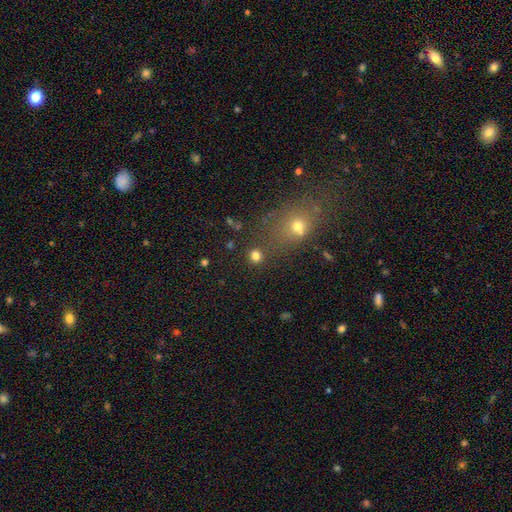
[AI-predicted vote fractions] A smooth galaxy with no disk features (78%) that is round (88%). Merging: none (80%).